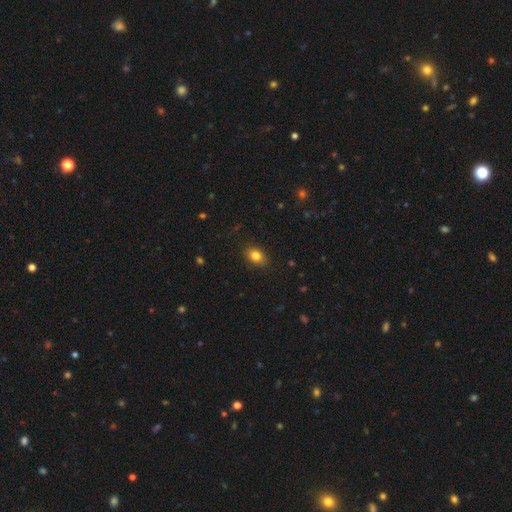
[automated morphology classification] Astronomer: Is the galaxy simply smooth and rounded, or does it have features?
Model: smooth — 83%.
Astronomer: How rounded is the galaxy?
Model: in between — 68%.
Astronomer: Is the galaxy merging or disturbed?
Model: none — 87%.